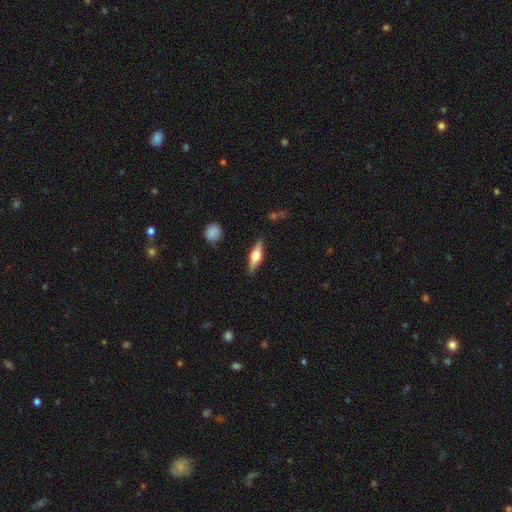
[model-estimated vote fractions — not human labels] Q: Smooth or featured?
A: featured or disk (59%); runner-up: smooth (35%)
Q: Edge-on disk?
A: yes (95%); runner-up: no (5%)
Q: Edge-on bulge?
A: rounded (93%); runner-up: boxy (5%)
Q: Merging?
A: none (87%); runner-up: minor disturbance (9%)